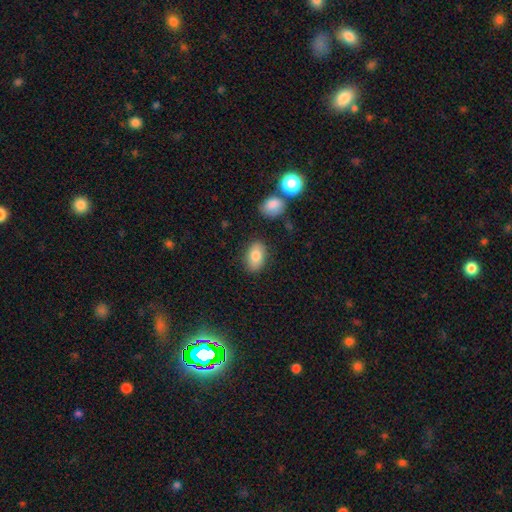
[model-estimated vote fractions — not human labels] smooth 82%, featured or disk 11%, star or artifact 8%. Down the decision tree: how rounded — in between (90%); merging — none (83%).